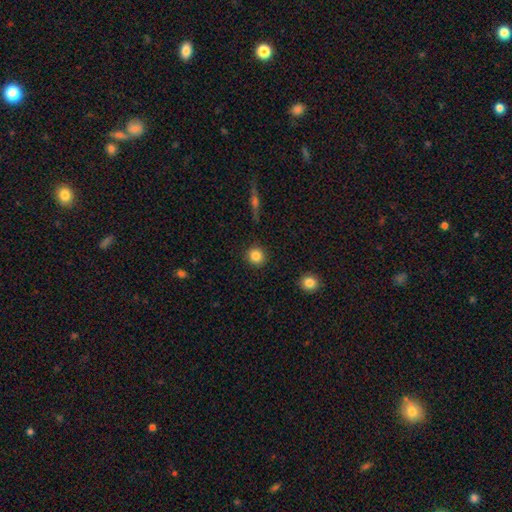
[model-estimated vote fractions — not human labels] Smooth or featured?
  - smooth: 85% *
  - star or artifact: 10%
  - featured or disk: 5%
How rounded?
  - round: 91% *
  - in between: 8%
  - cigar-shaped: 1%
Merging?
  - none: 91% *
  - minor disturbance: 6%
  - major disturbance: 2%
  - merger: 2%